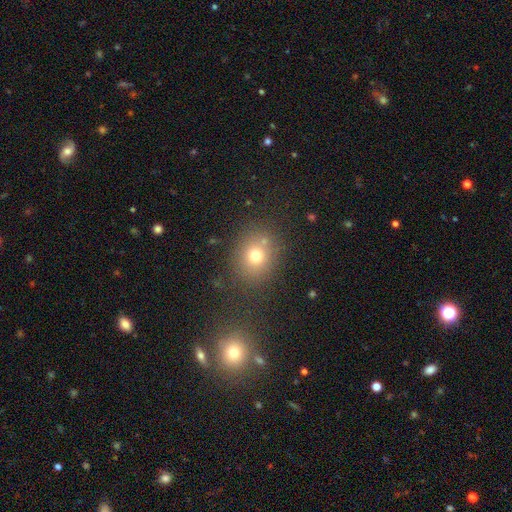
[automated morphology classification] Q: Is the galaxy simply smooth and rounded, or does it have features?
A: smooth — 73%.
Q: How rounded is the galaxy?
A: round — 69%.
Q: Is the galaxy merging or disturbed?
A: none — 75%.